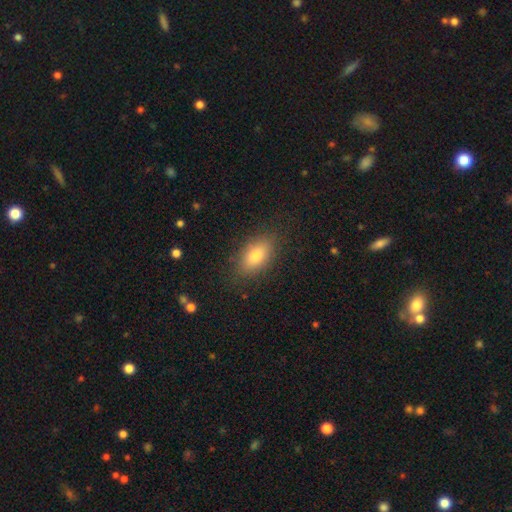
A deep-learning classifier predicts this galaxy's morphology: Smooth or featured: smooth — 79% (featured or disk — 13%)
How rounded: in between — 89% (round — 6%)
Merging: none — 84% (minor disturbance — 11%)